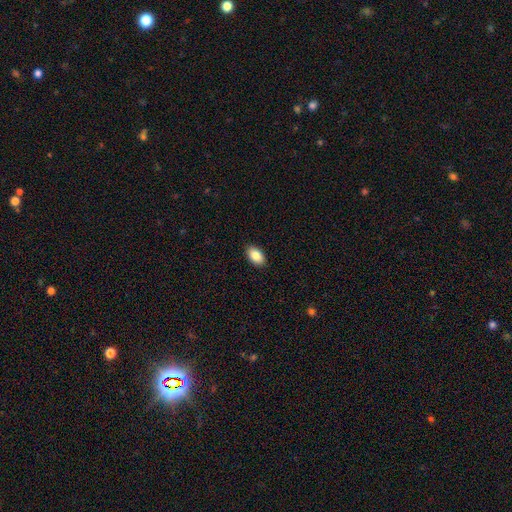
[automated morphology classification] The model was most divided on "smooth or featured": smooth: 87%, star or artifact: 7%, featured or disk: 6%. More confident: how rounded — in between (93%); merging — none (90%).